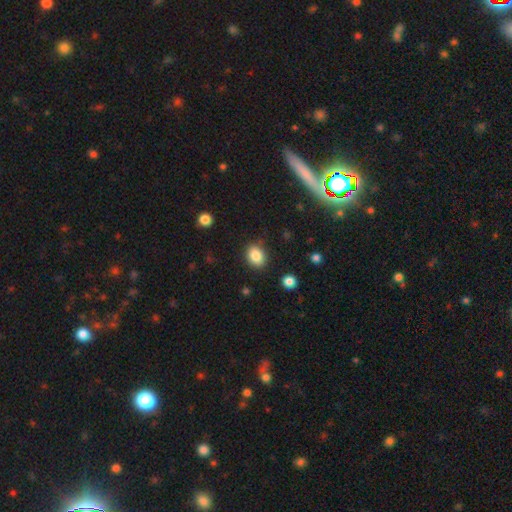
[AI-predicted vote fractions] A smooth galaxy with no disk features (86%) that is in between round and cigar-shaped (60%).

Vote fractions:
- Smooth or featured? smooth: 86% / star or artifact: 9% / featured or disk: 5%
- How rounded? in between: 60% / round: 39% / cigar-shaped: 1%
- Merging? none: 85% / minor disturbance: 11% / major disturbance: 3% / merger: 2%